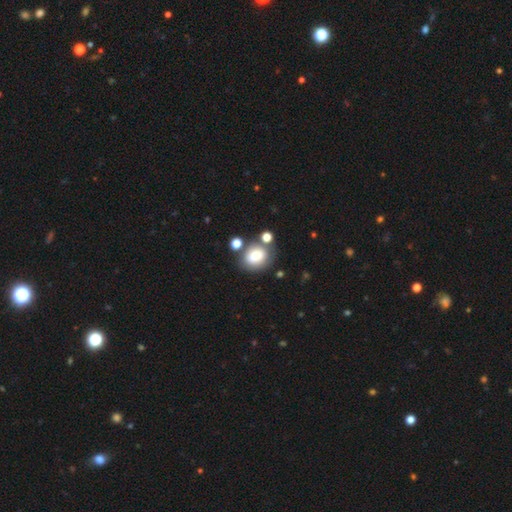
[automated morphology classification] The model was most divided on "how rounded": round: 55%, in between: 44%, cigar-shaped: 1%. More confident: smooth or featured — smooth (80%); merging — none (61%).